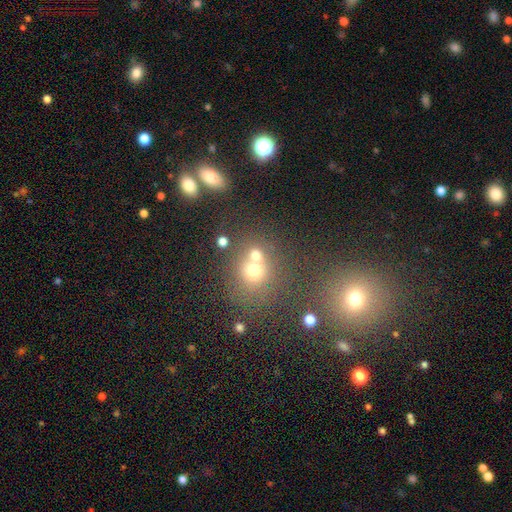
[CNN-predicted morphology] Q: Smooth or featured?
A: smooth (65%); runner-up: star or artifact (20%)
Q: How rounded?
A: round (80%); runner-up: in between (19%)
Q: Merging?
A: merger (48%); runner-up: none (40%)